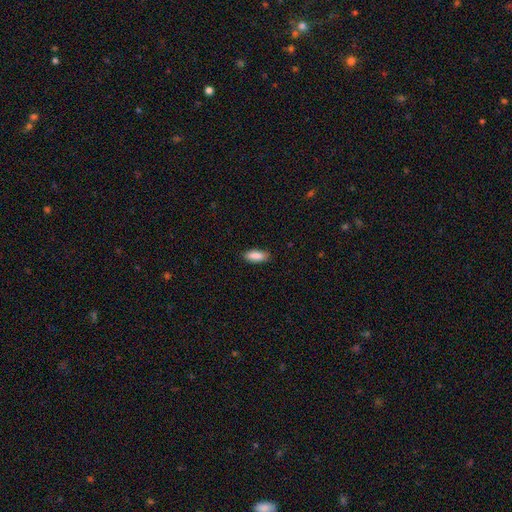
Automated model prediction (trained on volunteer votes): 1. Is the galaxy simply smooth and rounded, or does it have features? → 89% smooth, 6% star or artifact, 4% featured or disk.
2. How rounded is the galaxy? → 78% in between, 20% cigar-shaped, 2% round.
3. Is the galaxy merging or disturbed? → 84% none, 13% minor disturbance, 2% major disturbance, 1% merger.